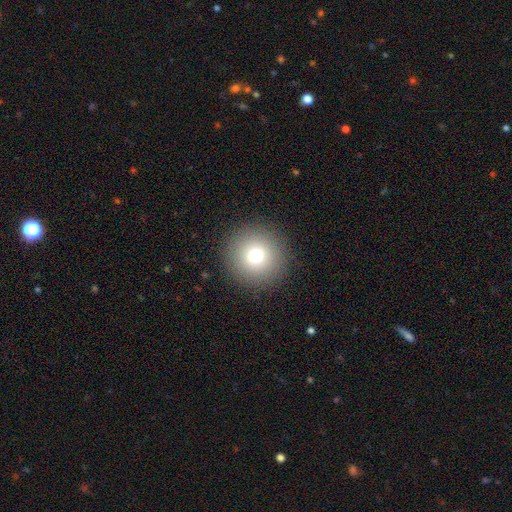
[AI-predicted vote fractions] smooth 74%, star or artifact 14%, featured or disk 12%. Down the decision tree: how rounded — round (96%); merging — none (91%).